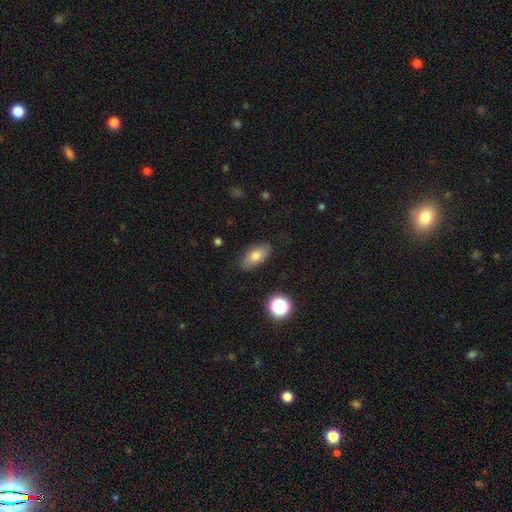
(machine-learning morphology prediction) Smooth or featured? smooth (74%)
How rounded? in between (89%)
Merging? none (85%)